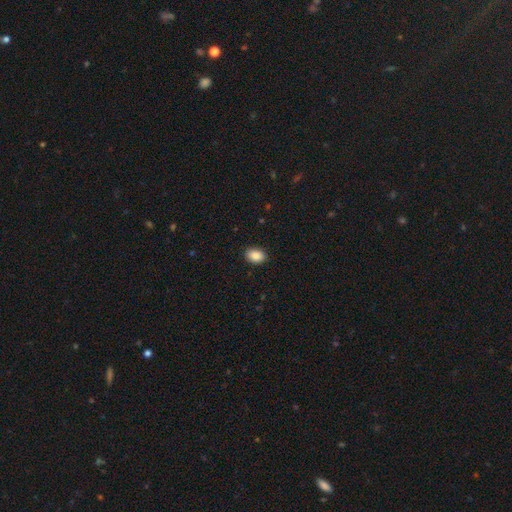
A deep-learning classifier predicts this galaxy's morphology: Smooth or featured? Predicted: smooth (p=0.89). How rounded? Predicted: in between (p=0.85). Merging? Predicted: none (p=0.89).